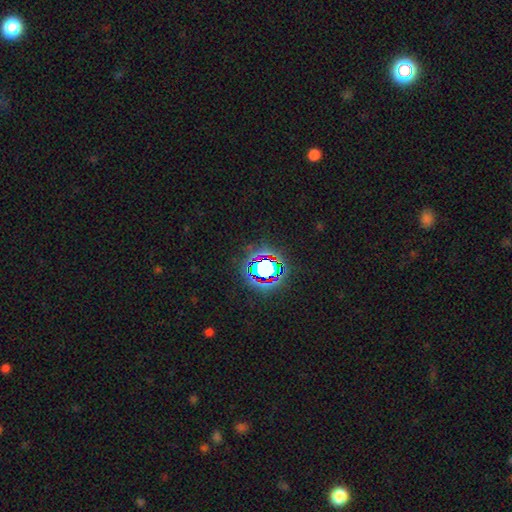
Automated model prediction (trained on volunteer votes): Smooth or featured? Predicted: star or artifact (p=0.80).